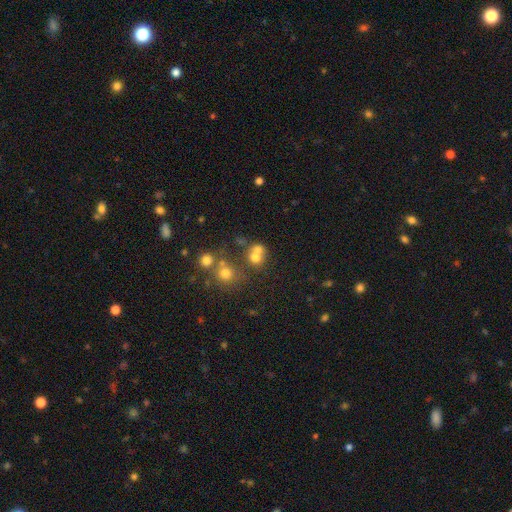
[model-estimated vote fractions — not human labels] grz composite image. It shows a smooth galaxy with no disk features (65%) that is round (75%). Merging: merger (49%).